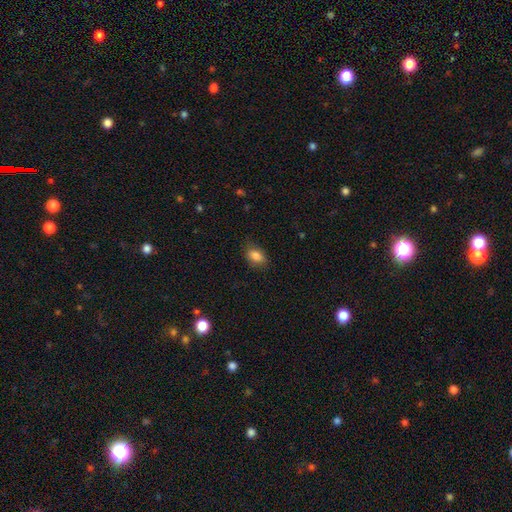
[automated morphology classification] A smooth galaxy with no disk features (84%) that is in between round and cigar-shaped (84%).

Vote fractions:
- Smooth or featured? smooth: 84% / star or artifact: 9% / featured or disk: 7%
- How rounded? in between: 84% / round: 14% / cigar-shaped: 2%
- Merging? none: 79% / minor disturbance: 17% / major disturbance: 4% / merger: 1%